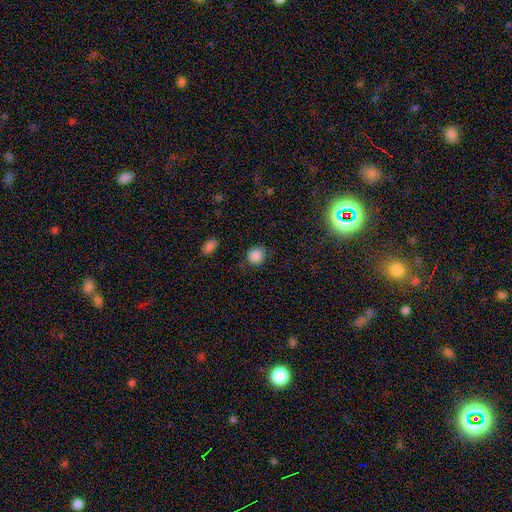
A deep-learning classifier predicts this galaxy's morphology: The model was most divided on "merging": none: 79%, minor disturbance: 15%, major disturbance: 4%, merger: 2%. More confident: smooth or featured — smooth (86%); how rounded — round (86%).